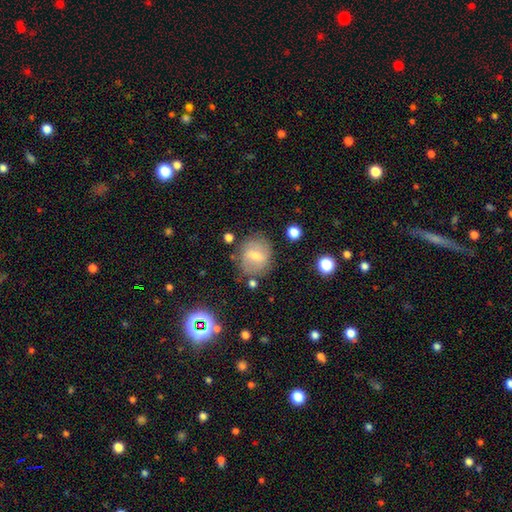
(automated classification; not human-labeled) Overall: smooth (50%; featured or disk 41%). How rounded: round (72%). Merging: none (73%).